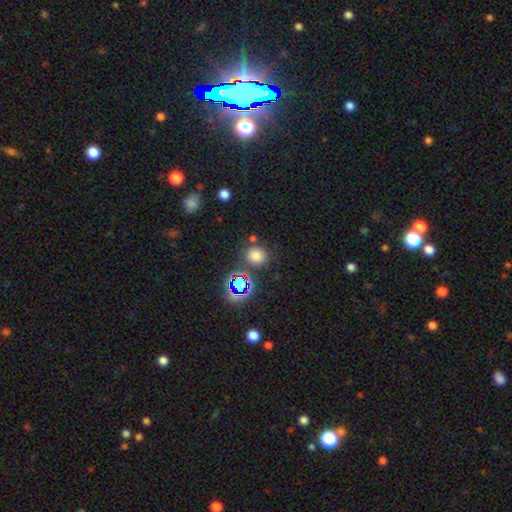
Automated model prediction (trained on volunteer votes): The model was most divided on "smooth or featured": smooth: 70%, star or artifact: 24%, featured or disk: 6%. More confident: merging — none (77%); how rounded — round (75%).